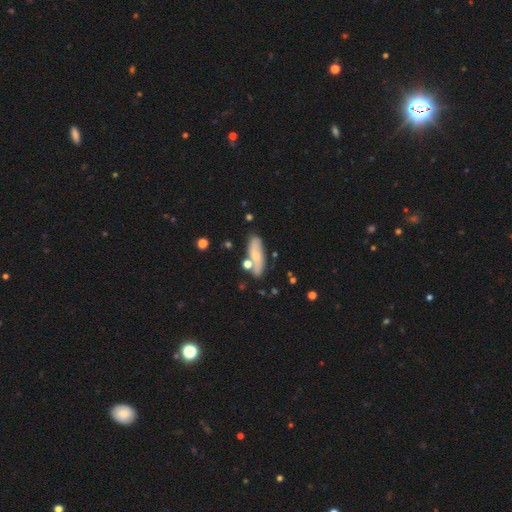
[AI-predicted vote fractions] The model was most divided on "smooth or featured": smooth: 52%, featured or disk: 40%, star or artifact: 8%. More confident: merging — none (70%); how rounded — in between (61%).